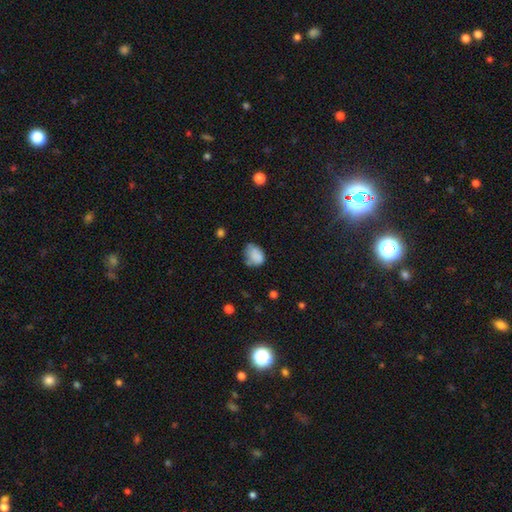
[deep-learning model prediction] Smooth or featured? Predicted: smooth (p=0.79). How rounded? Predicted: in between (p=0.72). Merging? Predicted: none (p=0.44).